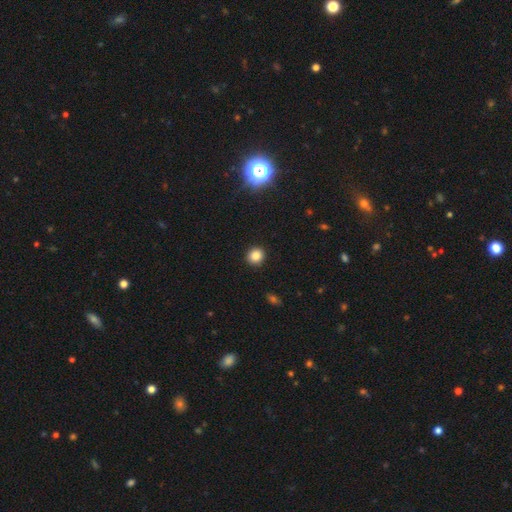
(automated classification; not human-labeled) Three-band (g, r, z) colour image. It shows a smooth galaxy with no disk features (83%) that is round (88%). Merging: none (92%).